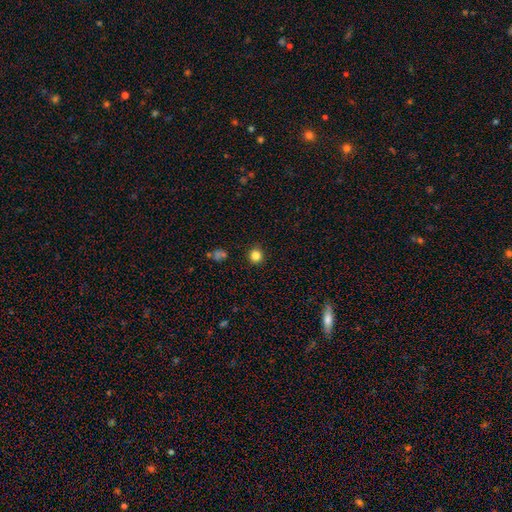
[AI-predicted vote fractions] This appears to be a smooth galaxy with no disk features (83%) that is round (92%). Merging: none (91%).